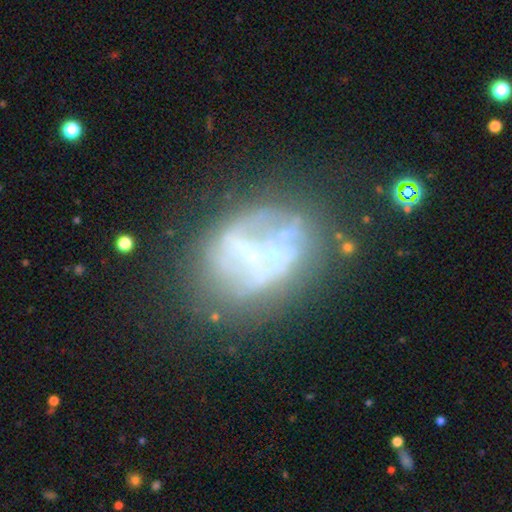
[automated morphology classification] The model was most divided on "merging": none: 46%, major disturbance: 25%, minor disturbance: 20%, merger: 9%. More confident: edge-on disk — no (96%); spiral arms — no (79%); bar — no (67%); smooth or featured — featured or disk (66%); bulge size — none (65%).